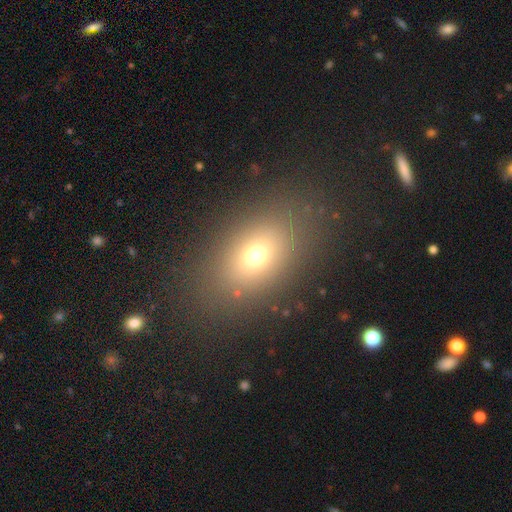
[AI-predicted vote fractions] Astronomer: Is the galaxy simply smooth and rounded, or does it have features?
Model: smooth — 69%.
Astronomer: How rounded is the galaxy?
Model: in between — 77%.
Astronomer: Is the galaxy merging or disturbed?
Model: none — 84%.